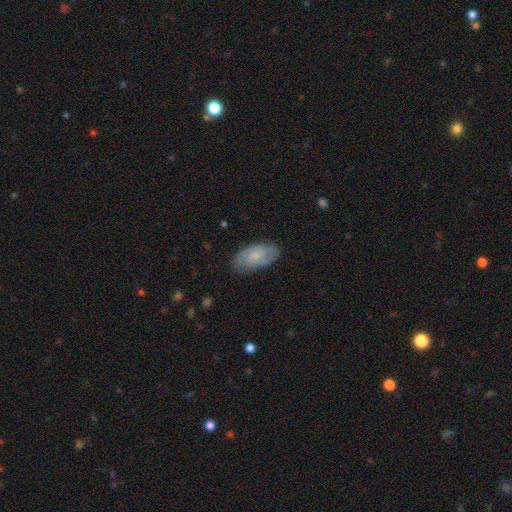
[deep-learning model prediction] Q: Smooth or featured?
A: smooth (62%); runner-up: featured or disk (32%)
Q: How rounded?
A: in between (92%); runner-up: cigar-shaped (5%)
Q: Merging?
A: none (79%); runner-up: minor disturbance (17%)